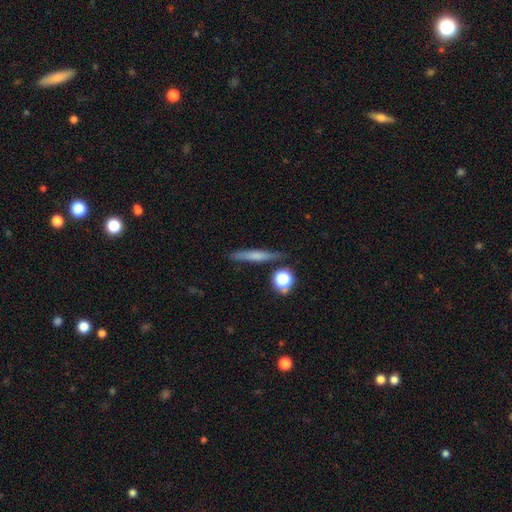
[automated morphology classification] This appears to be a smooth galaxy with no disk features (59%) that is cigar-shaped (86%). Merging: none (82%).